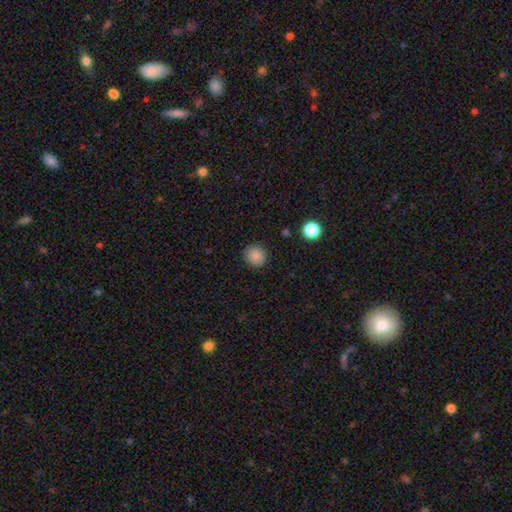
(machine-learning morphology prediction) Smooth or featured? Predicted: smooth (p=0.86). How rounded? Predicted: round (p=0.92). Merging? Predicted: none (p=0.90).